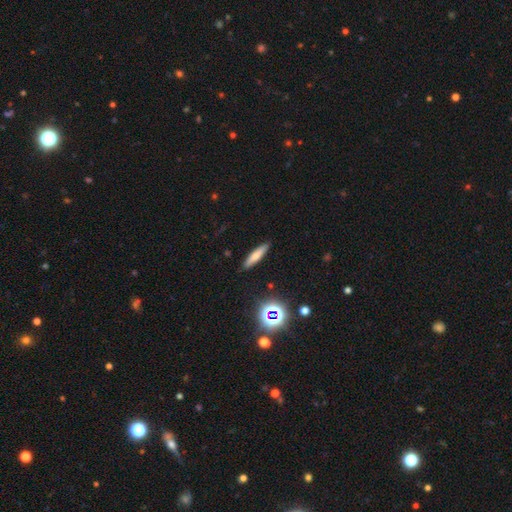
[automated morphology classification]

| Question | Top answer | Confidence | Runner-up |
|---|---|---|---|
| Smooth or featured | smooth | 66% | featured or disk (23%) |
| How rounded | cigar-shaped | 83% | in between (15%) |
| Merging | none | 88% | minor disturbance (8%) |